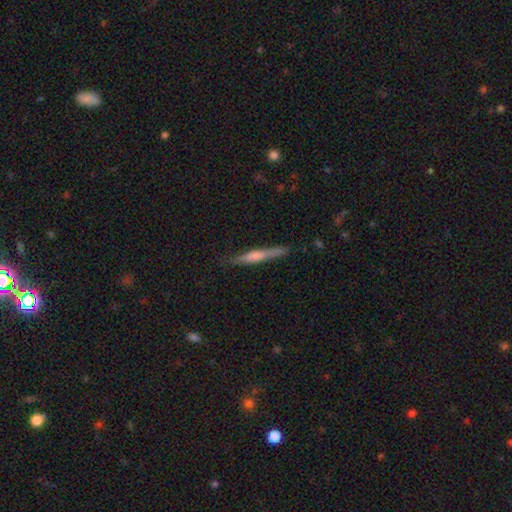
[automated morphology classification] Smooth or featured: featured or disk — 68% (smooth — 23%)
Edge-on disk: yes — 97% (no — 3%)
Edge-on bulge: rounded — 71% (none — 17%)
Merging: none — 86% (minor disturbance — 10%)